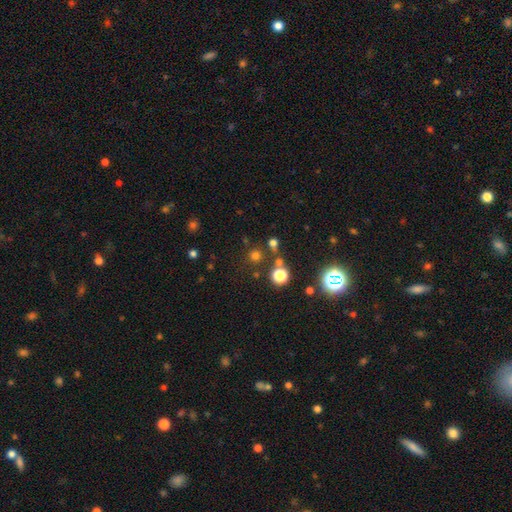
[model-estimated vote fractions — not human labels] Smooth or featured? smooth (64%)
How rounded? round (93%)
Merging? none (79%)